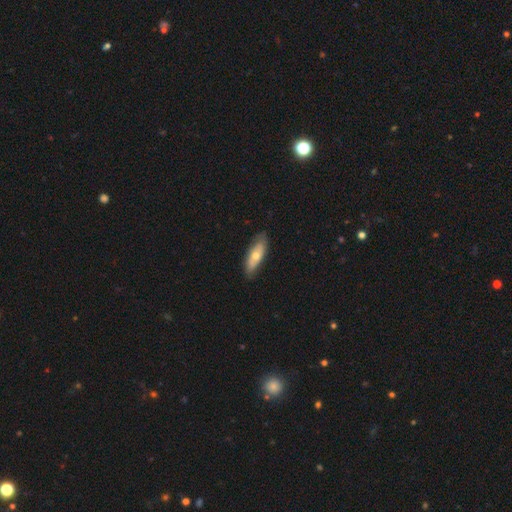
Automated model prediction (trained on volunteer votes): Smooth or featured: smooth — 57% (featured or disk — 37%)
How rounded: in between — 67% (cigar-shaped — 31%)
Merging: none — 79% (minor disturbance — 16%)